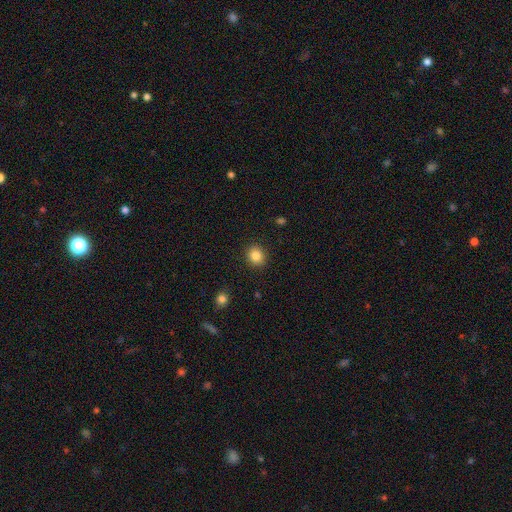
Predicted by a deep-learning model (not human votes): smooth_or_featured: smooth (p=0.85) [alt: star or artifact p=0.10]
how_rounded: round (p=0.79) [alt: in between p=0.20]
merging: none (p=0.91) [alt: minor disturbance p=0.06]